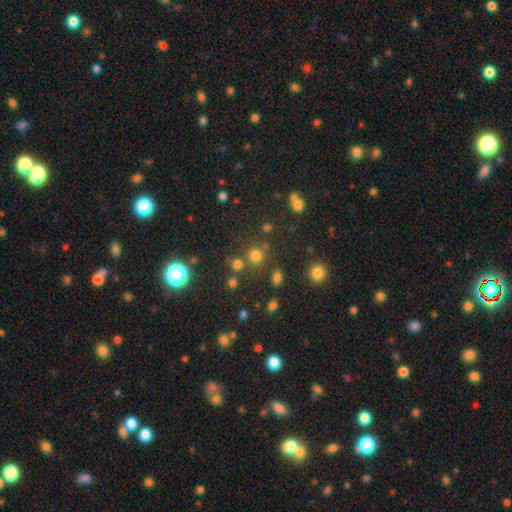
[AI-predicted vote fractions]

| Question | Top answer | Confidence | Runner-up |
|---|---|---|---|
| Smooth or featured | smooth | 70% | star or artifact (24%) |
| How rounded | round | 90% | in between (9%) |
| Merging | none | 75% | merger (13%) |